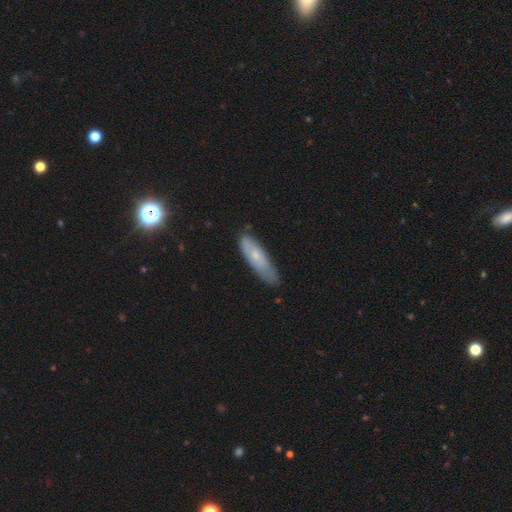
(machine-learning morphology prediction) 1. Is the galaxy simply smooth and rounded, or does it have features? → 60% smooth, 33% featured or disk, 7% star or artifact.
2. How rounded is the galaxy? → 60% cigar-shaped, 38% in between, 2% round.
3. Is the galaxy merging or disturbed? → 66% none, 27% minor disturbance, 5% major disturbance, 2% merger.